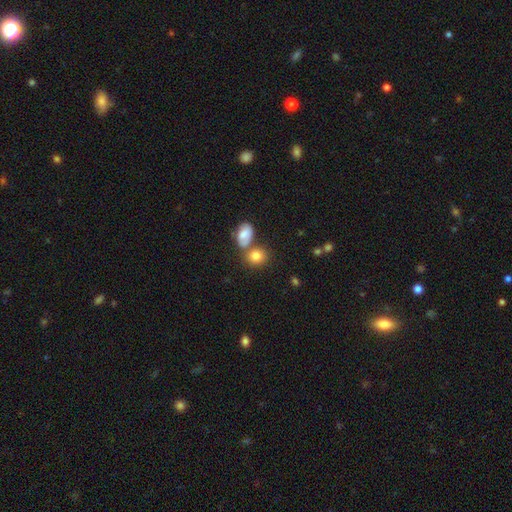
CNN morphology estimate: This is clearly a smooth galaxy (81%). How rounded: possibly round (53%). Merging: possibly none (52%).